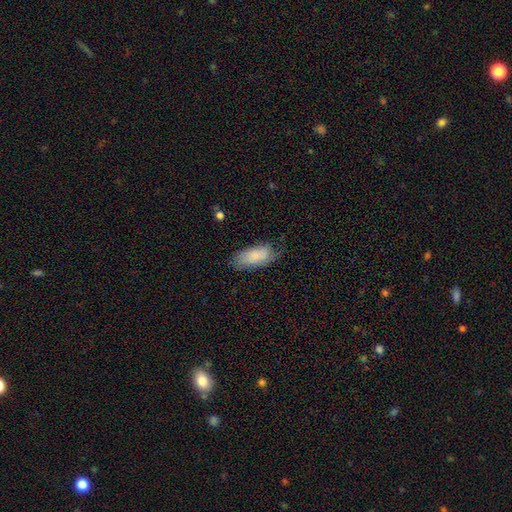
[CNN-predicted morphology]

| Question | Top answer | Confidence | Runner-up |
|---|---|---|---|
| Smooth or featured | smooth | 76% | featured or disk (18%) |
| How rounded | in between | 86% | cigar-shaped (12%) |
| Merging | none | 56% | minor disturbance (31%) |